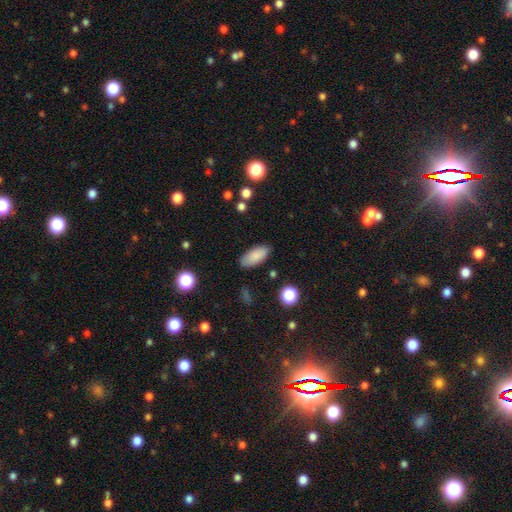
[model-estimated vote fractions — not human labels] A smooth galaxy with no disk features (86%) that is in between round and cigar-shaped (86%).

Vote fractions:
- Smooth or featured? smooth: 86% / star or artifact: 7% / featured or disk: 6%
- How rounded? in between: 86% / cigar-shaped: 11% / round: 2%
- Merging? none: 86% / minor disturbance: 10% / major disturbance: 2% / merger: 2%